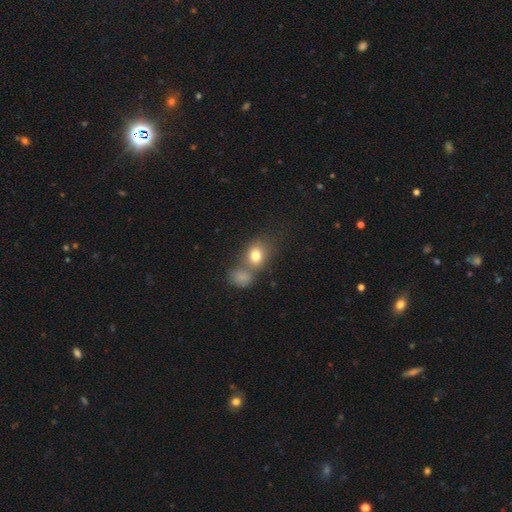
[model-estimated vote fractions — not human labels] Smooth or featured? smooth (78%)
How rounded? round (51%)
Merging? none (42%, tied with merger)